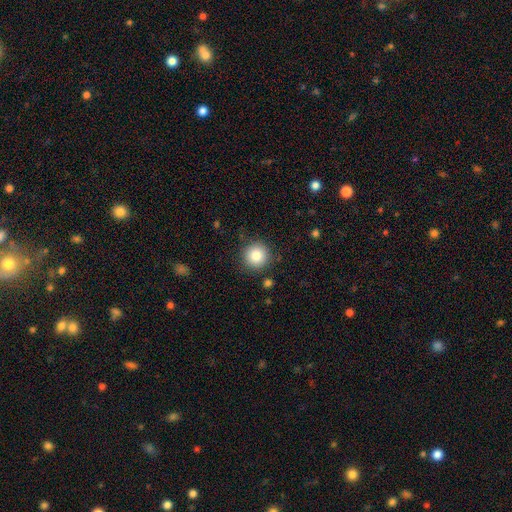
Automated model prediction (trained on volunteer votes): Smooth or featured?
  - smooth: 83% *
  - star or artifact: 10%
  - featured or disk: 7%
How rounded?
  - round: 95% *
  - in between: 4%
  - cigar-shaped: 1%
Merging?
  - none: 88% *
  - minor disturbance: 8%
  - major disturbance: 3%
  - merger: 2%